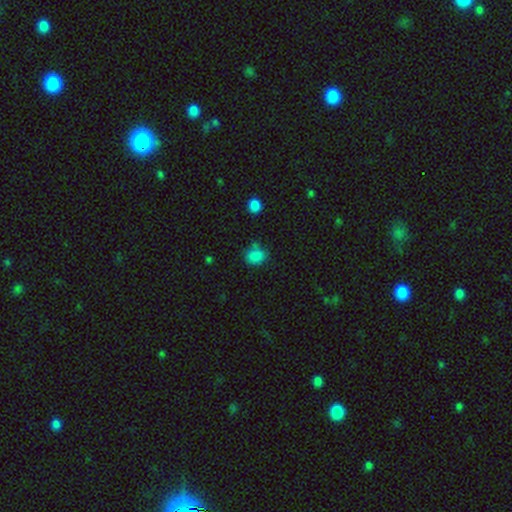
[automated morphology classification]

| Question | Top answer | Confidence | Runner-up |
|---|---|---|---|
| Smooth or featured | smooth | 81% | star or artifact (13%) |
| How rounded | round | 51% | in between (48%) |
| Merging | none | 62% | minor disturbance (22%) |